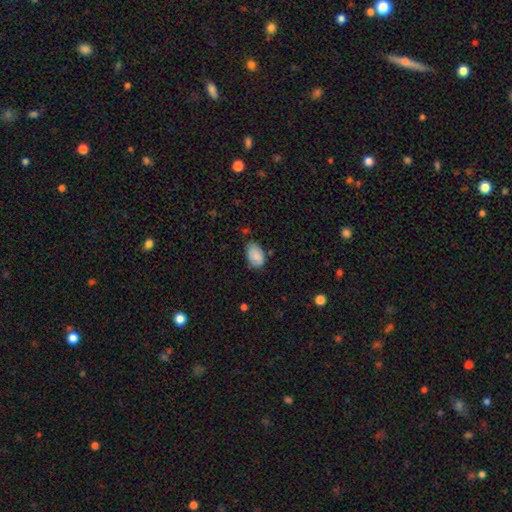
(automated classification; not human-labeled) Smooth or featured: smooth — 85% (star or artifact — 7%)
How rounded: in between — 90% (round — 9%)
Merging: none — 64% (minor disturbance — 28%)